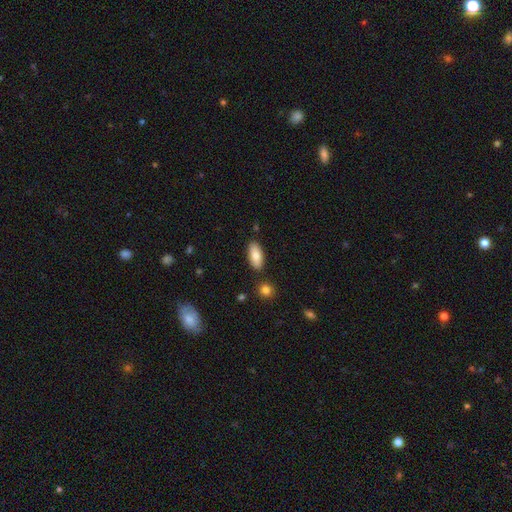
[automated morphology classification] This appears to be a smooth galaxy with no disk features (85%) that is in between round and cigar-shaped (87%). Merging: none (85%).